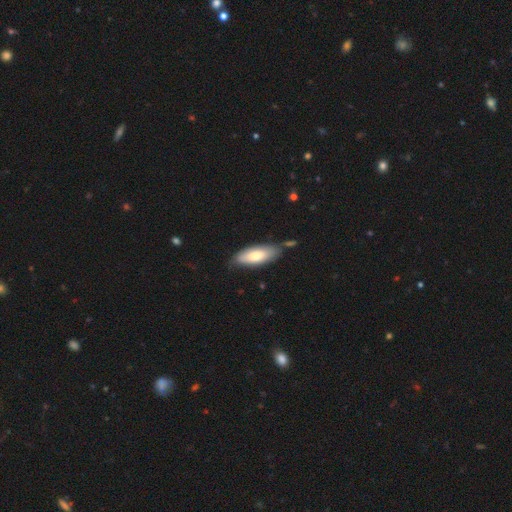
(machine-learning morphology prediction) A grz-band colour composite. It shows a smooth galaxy with no disk features (73%) that is in between round and cigar-shaped (73%). Merging: none (67%).